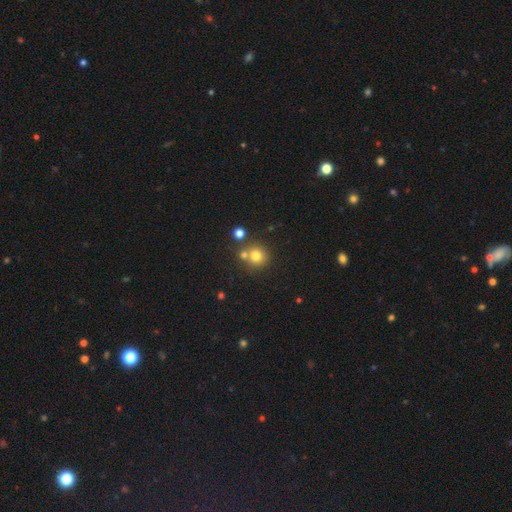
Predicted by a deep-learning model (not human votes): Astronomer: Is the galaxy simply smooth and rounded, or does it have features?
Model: smooth — 76%.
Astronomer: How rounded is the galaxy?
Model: round — 90%.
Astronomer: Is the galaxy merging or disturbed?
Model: none — 64%.